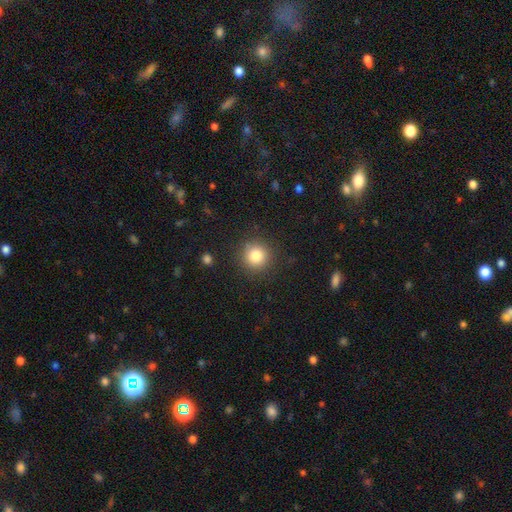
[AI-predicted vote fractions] Morphology: type=smooth (82%); roundness=round (93%); merging=none (89%).